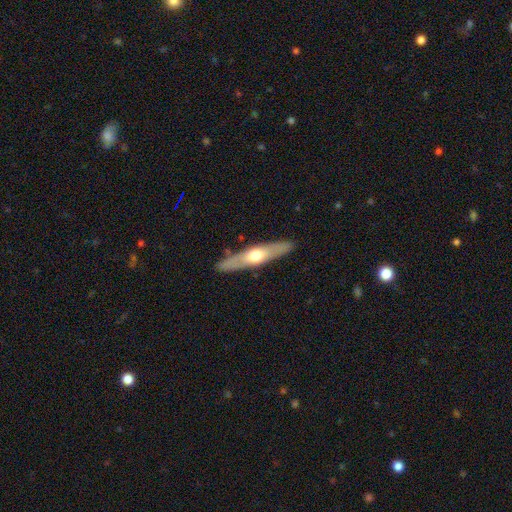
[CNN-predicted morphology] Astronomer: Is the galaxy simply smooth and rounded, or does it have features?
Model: featured or disk — 55% (runner-up: smooth, 40%).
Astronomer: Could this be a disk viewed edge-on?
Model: yes — 84%.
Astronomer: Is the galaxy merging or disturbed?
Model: none — 88%.